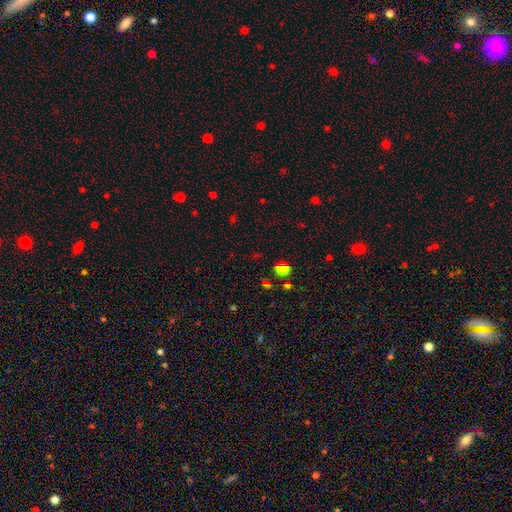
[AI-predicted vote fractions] Smooth or featured?
  - star or artifact: 59% *
  - smooth: 34%
  - featured or disk: 8%